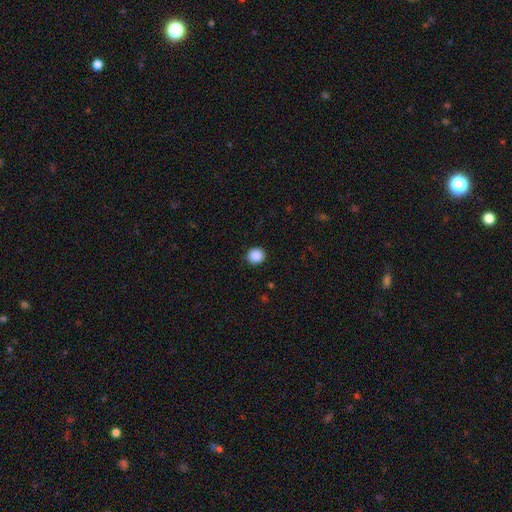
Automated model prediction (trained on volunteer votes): smooth-or-featured: smooth: 89% | star or artifact: 9% | featured or disk: 2%
  how-rounded: round: 92% | in between: 8% | cigar-shaped: 1%
  merging: none: 92% | minor disturbance: 5% | major disturbance: 2% | merger: 1%